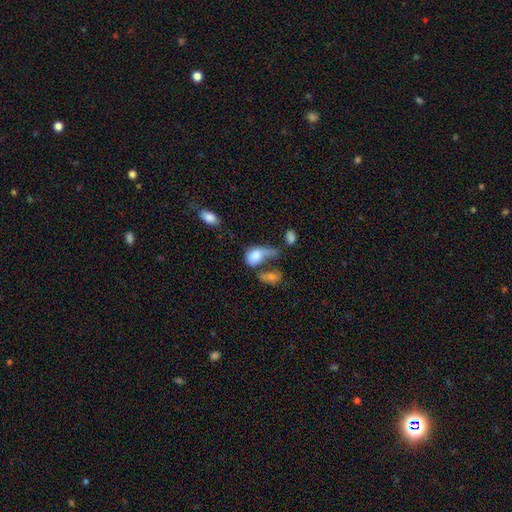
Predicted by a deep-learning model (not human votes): Smooth or featured?
  - smooth: 72% *
  - featured or disk: 20%
  - star or artifact: 9%
How rounded?
  - in between: 81% *
  - round: 16%
  - cigar-shaped: 3%
Merging?
  - merger: 36% *
  - major disturbance: 35%
  - minor disturbance: 14%
  - none: 14%